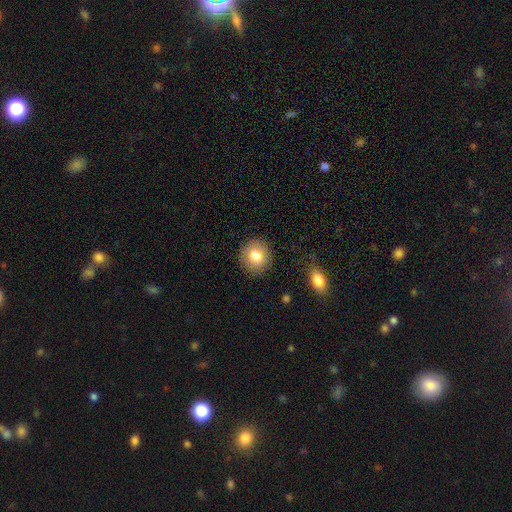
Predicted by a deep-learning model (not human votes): smooth_or_featured: smooth (p=0.80) [alt: featured or disk p=0.10]
how_rounded: round (p=0.86) [alt: in between p=0.13]
merging: none (p=0.88) [alt: minor disturbance p=0.08]